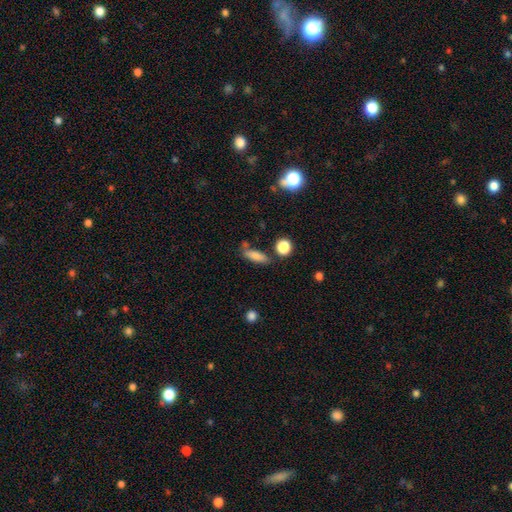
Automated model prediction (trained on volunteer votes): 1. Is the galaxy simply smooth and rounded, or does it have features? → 81% smooth, 10% featured or disk, 9% star or artifact.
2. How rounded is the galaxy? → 57% in between, 38% cigar-shaped, 5% round.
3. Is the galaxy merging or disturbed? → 69% none, 17% minor disturbance, 10% merger, 5% major disturbance.